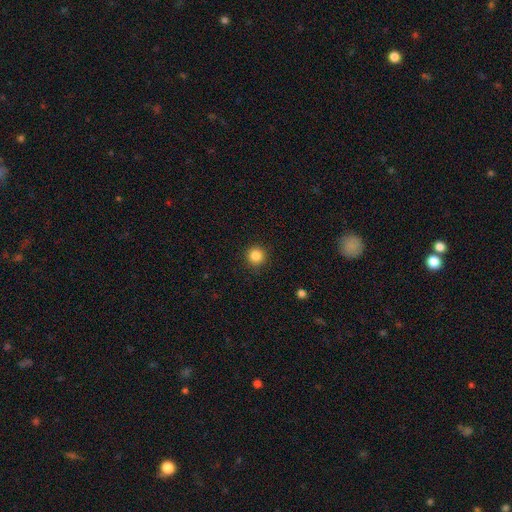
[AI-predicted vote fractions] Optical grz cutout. It shows a smooth galaxy with no disk features (86%) that is round (95%). Merging: none (92%).